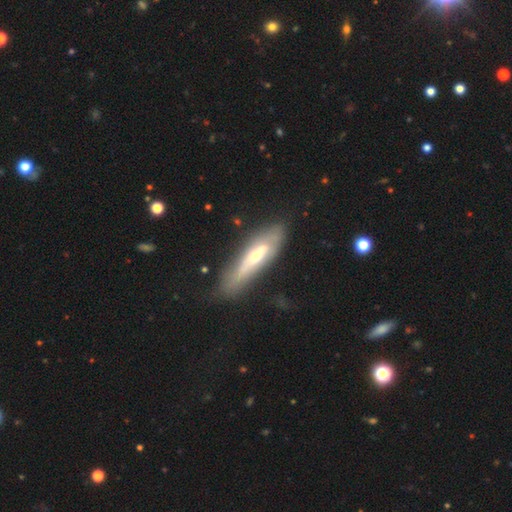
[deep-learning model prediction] Smooth or featured? featured or disk (54%)
Edge-on disk? yes (56%)
Merging? none (65%)